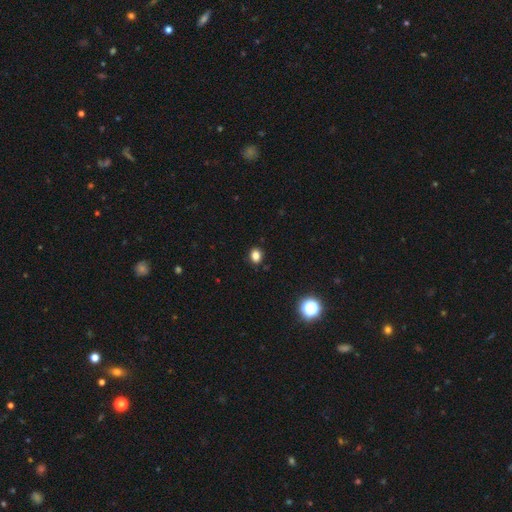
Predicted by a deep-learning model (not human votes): Overall: smooth (82%). How rounded: round (52%; in between 47%). Merging: none (89%).